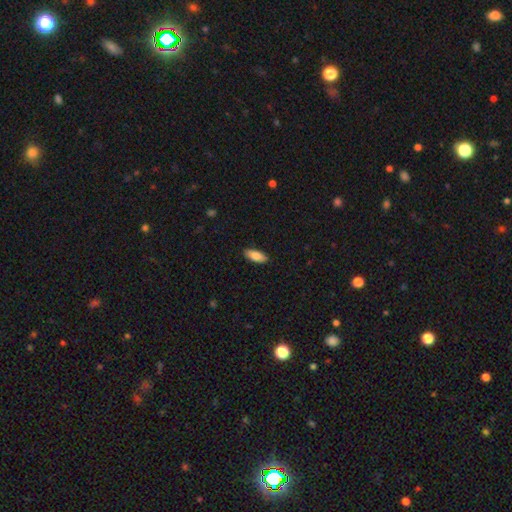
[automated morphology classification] Smooth or featured?
  - smooth: 84% *
  - featured or disk: 10%
  - star or artifact: 6%
How rounded?
  - in between: 80% *
  - cigar-shaped: 18%
  - round: 2%
Merging?
  - none: 89% *
  - minor disturbance: 8%
  - major disturbance: 2%
  - merger: 1%